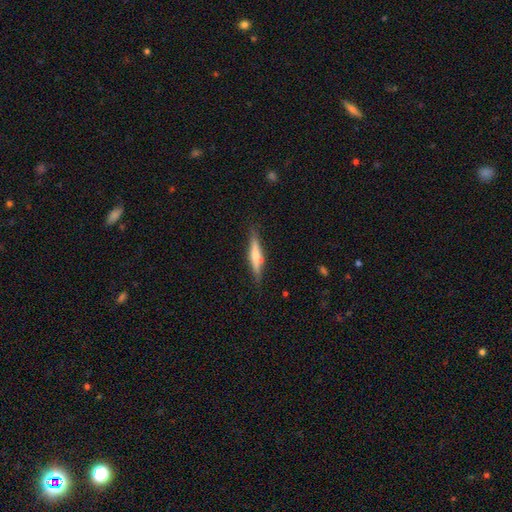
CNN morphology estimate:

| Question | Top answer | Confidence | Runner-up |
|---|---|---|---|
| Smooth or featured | featured or disk | 49% | smooth (44%) |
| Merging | none | 82% | minor disturbance (13%) |